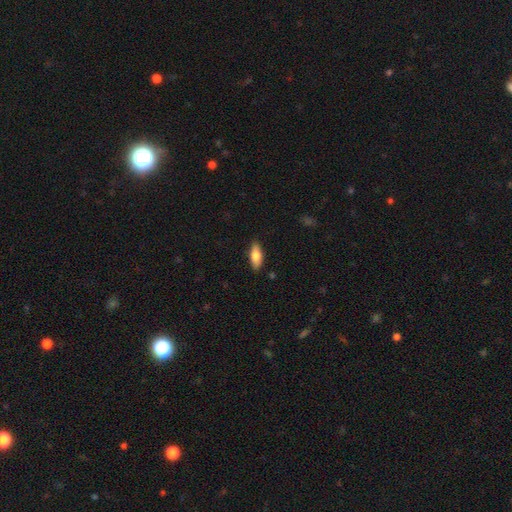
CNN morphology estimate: Overall: smooth (75%). How rounded: in between (75%). Merging: none (87%).